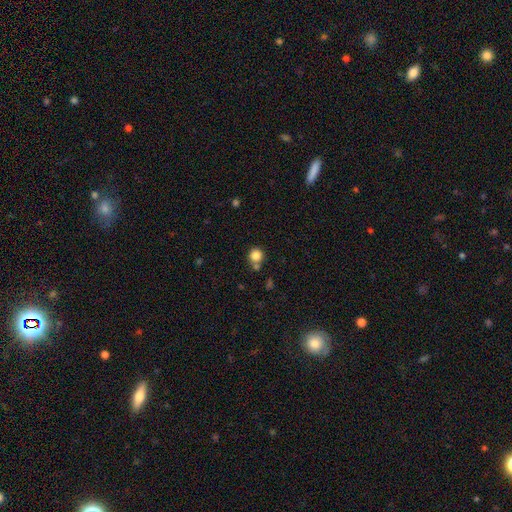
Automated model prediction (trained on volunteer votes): Smooth or featured? smooth (83%)
How rounded? round (90%)
Merging? none (66%)